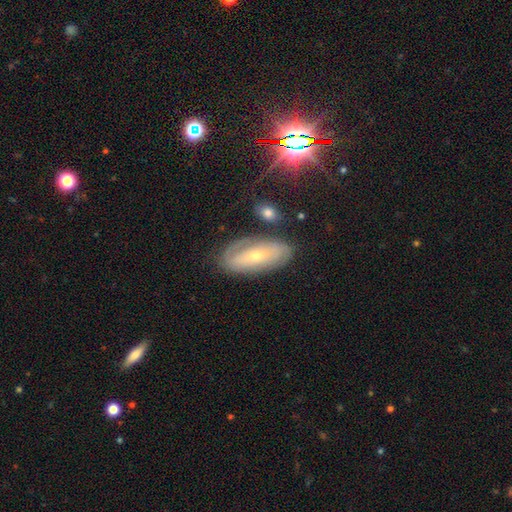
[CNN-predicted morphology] This is likely a featured or disk galaxy (61%). It is clearly not viewed edge-on (86%). Bar: likely no (60%). Spiral arm pattern: likely yes (63%). Central bulge: likely small (62%). Merging: likely none (74%).